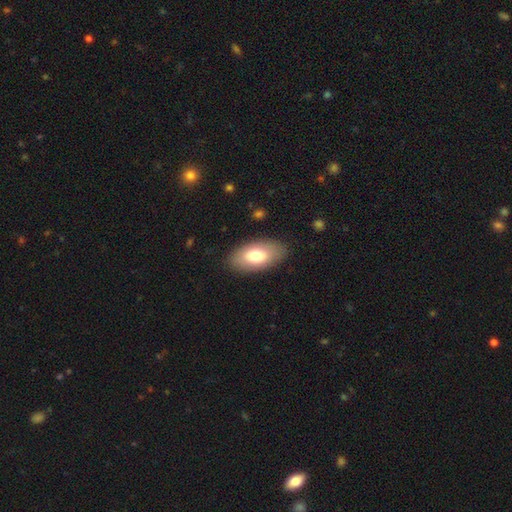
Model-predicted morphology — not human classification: This appears to be a smooth galaxy with no disk features (75%) that is in between round and cigar-shaped (94%). Merging: none (86%).